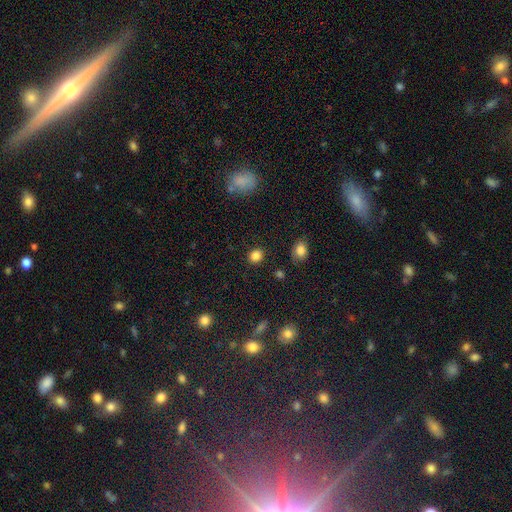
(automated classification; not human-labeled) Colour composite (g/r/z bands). It shows a smooth galaxy with no disk features (85%) that is round (73%). Merging: none (89%).